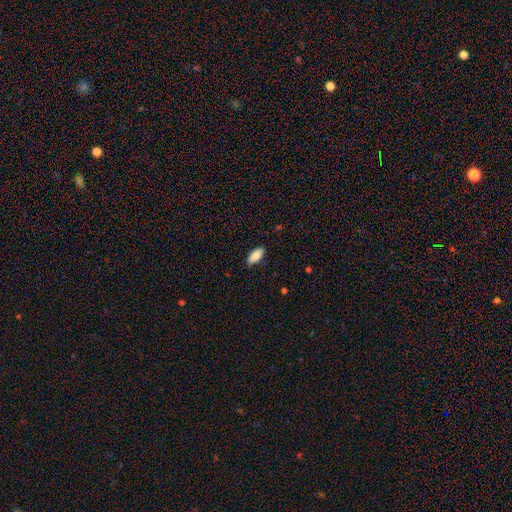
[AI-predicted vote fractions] Morphology: type=smooth (88%); roundness=in between (86%); merging=none (88%).